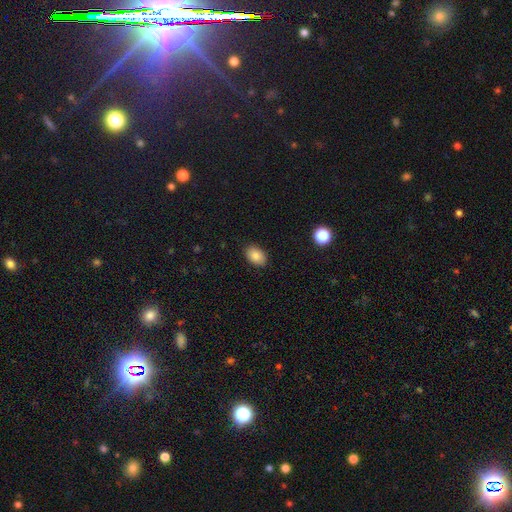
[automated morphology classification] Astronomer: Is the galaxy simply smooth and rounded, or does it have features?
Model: smooth — 85%.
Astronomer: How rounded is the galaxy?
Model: in between — 83%.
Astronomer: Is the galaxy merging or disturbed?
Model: none — 88%.